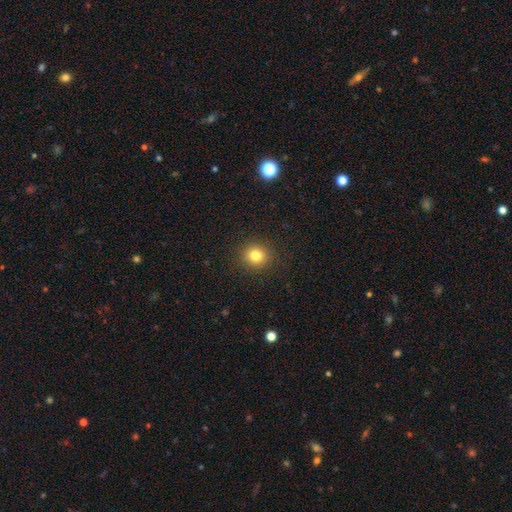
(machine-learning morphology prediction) Smooth or featured: smooth — 81% (star or artifact — 13%)
How rounded: round — 87% (in between — 12%)
Merging: none — 91% (minor disturbance — 6%)